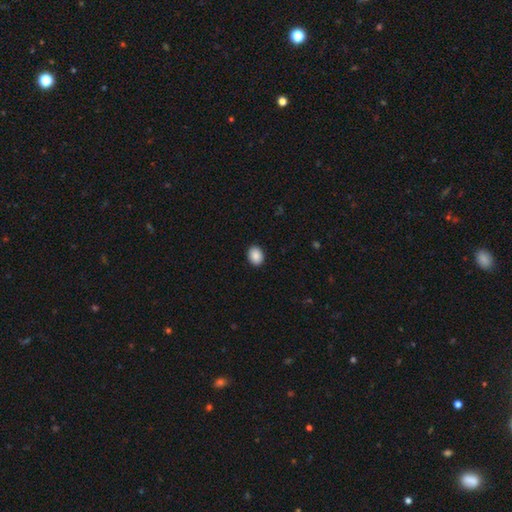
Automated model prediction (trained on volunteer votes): Smooth or featured? Predicted: smooth (p=0.89). How rounded? Predicted: in between (p=0.64). Merging? Predicted: none (p=0.91).